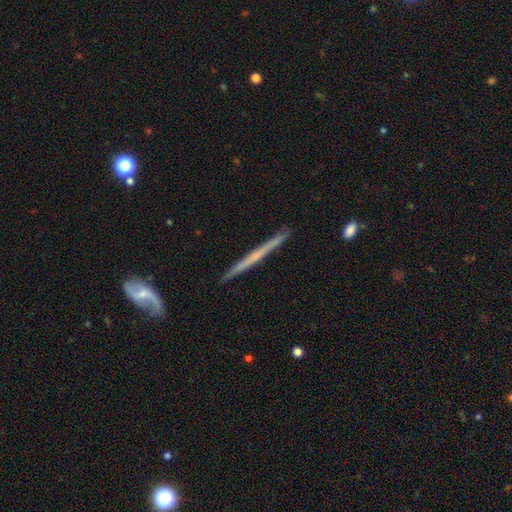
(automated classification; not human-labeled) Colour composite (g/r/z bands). It shows a featured or disk galaxy (68%) viewed edge-on (97%) with no central bulge (78%). Merging: none (89%).